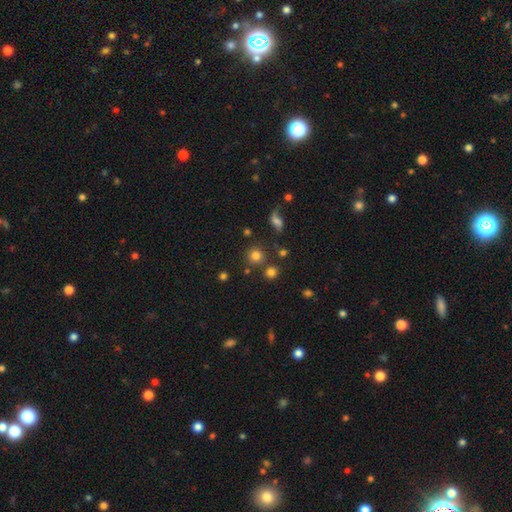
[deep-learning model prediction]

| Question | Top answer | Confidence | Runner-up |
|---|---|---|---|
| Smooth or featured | smooth | 78% | star or artifact (13%) |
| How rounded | round | 92% | in between (7%) |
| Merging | none | 78% | merger (10%) |